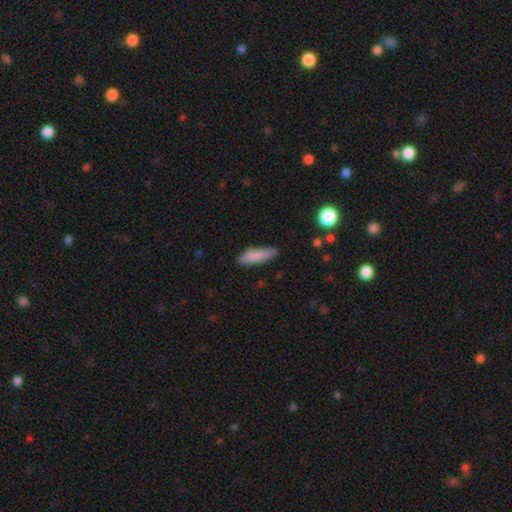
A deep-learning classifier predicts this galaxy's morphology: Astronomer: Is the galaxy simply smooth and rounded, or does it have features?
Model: smooth — 83%.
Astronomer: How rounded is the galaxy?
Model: cigar-shaped — 69%.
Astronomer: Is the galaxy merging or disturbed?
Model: none — 77%.